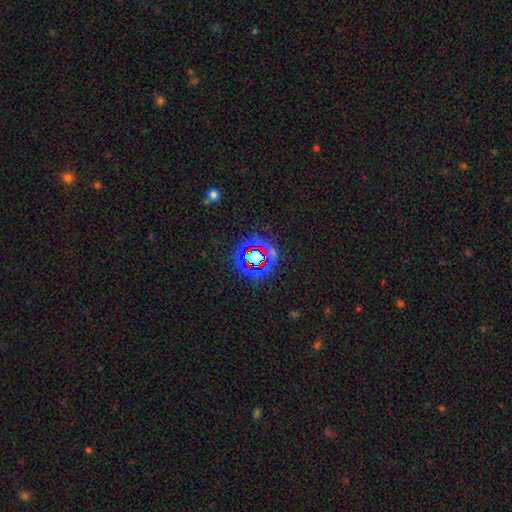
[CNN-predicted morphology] Overall: star or artifact (69%).